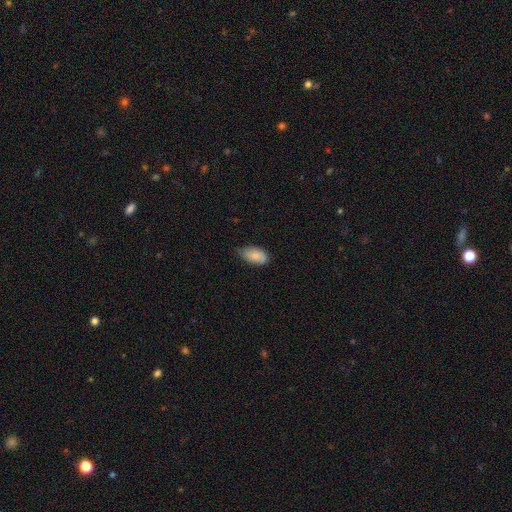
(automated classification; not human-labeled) smooth 80%, featured or disk 13%, star or artifact 6%. Down the decision tree: how rounded — in between (94%); merging — none (59%).